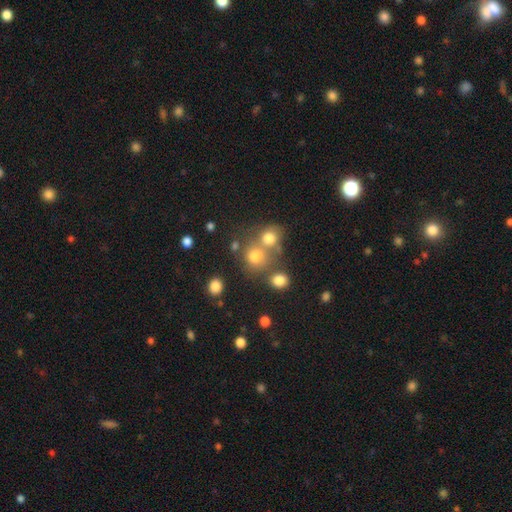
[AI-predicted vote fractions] Overall: smooth (73%). How rounded: round (84%). Merging: none (52%; merger 36%).